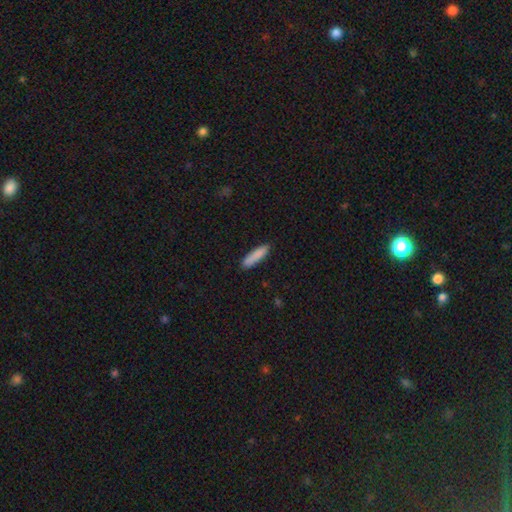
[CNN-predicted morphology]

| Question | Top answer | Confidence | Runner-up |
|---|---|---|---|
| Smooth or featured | smooth | 87% | featured or disk (7%) |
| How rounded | cigar-shaped | 74% | in between (24%) |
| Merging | none | 87% | minor disturbance (10%) |